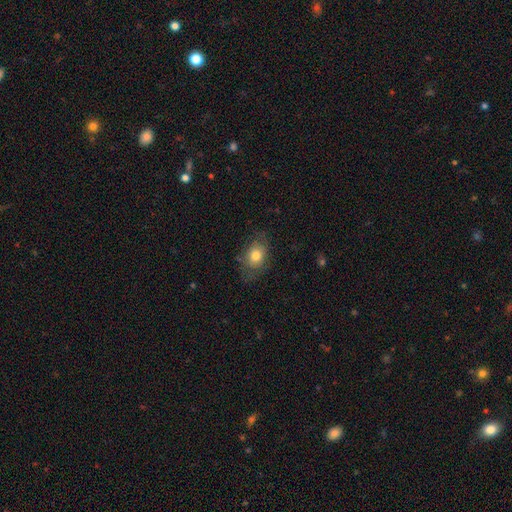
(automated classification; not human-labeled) A smooth galaxy with no disk features (75%) that is in between round and cigar-shaped (68%). Merging: none (66%).